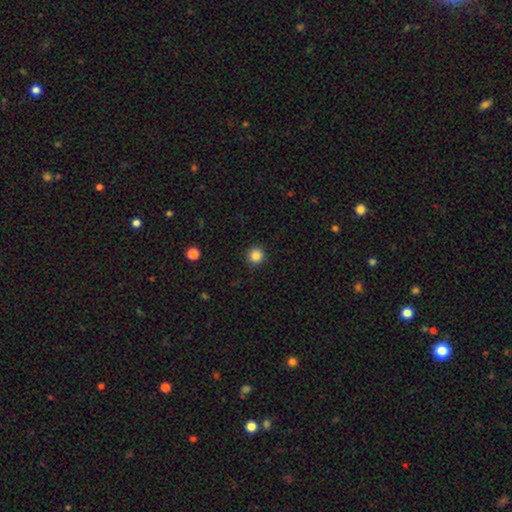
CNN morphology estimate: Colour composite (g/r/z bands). It shows a smooth galaxy with no disk features (85%) that is round (93%). Merging: none (91%).